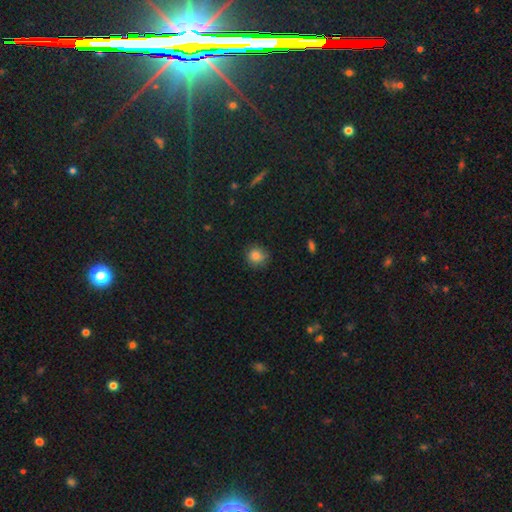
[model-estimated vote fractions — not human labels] Q: Smooth or featured?
A: smooth (84%); runner-up: star or artifact (11%)
Q: How rounded?
A: round (88%); runner-up: in between (11%)
Q: Merging?
A: none (82%); runner-up: minor disturbance (14%)